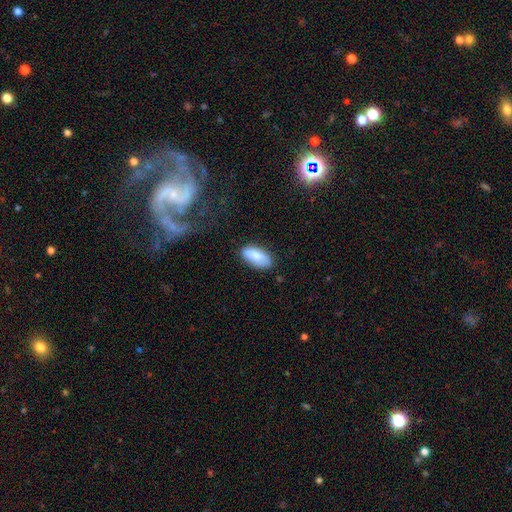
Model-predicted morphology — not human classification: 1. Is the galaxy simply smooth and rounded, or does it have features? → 77% smooth, 17% featured or disk, 7% star or artifact.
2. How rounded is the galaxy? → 86% in between, 12% cigar-shaped, 2% round.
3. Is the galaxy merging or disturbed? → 77% none, 18% minor disturbance, 3% major disturbance, 2% merger.